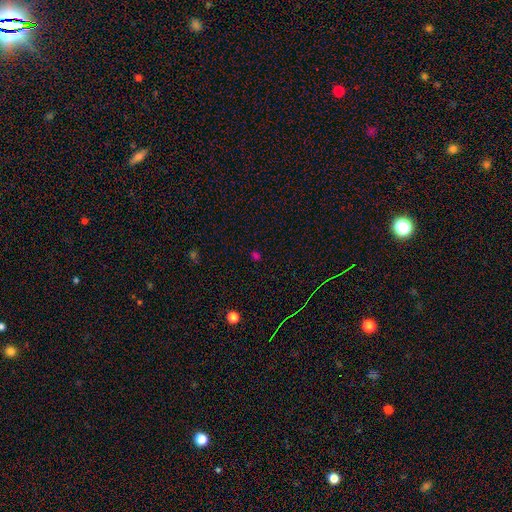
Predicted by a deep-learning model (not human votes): Smooth or featured? Predicted: smooth (p=0.50). Merging? Predicted: none (p=0.81).